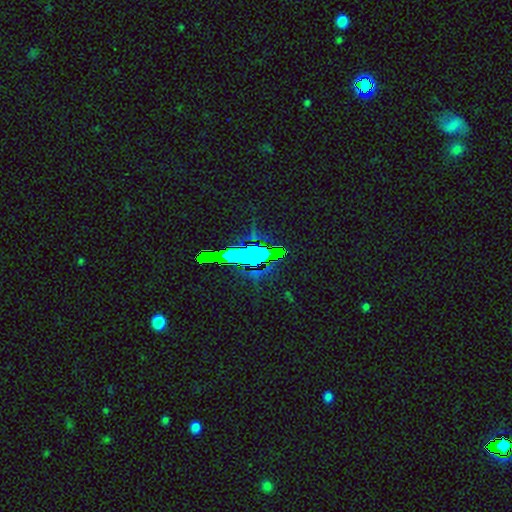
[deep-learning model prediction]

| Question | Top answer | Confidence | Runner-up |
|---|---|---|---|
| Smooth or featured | star or artifact | 70% | smooth (16%) |